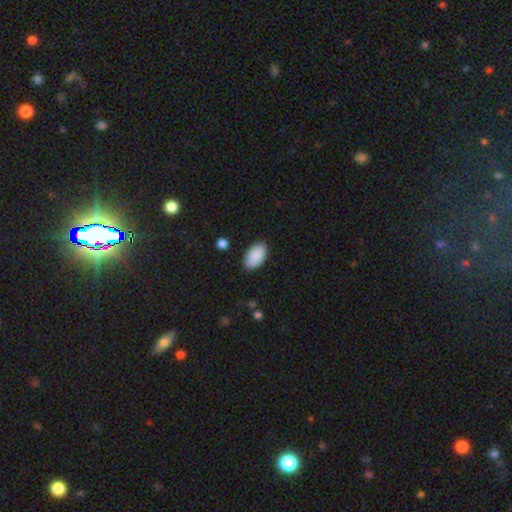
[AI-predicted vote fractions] Smooth or featured? smooth (90%)
How rounded? in between (95%)
Merging? none (86%)